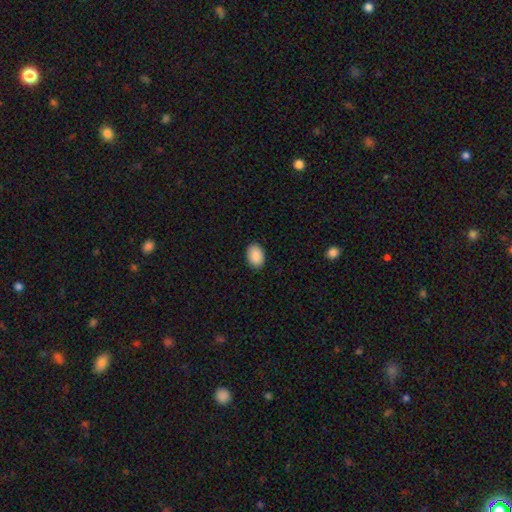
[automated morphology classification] type=smooth (91%); roundness=in between (86%); merging=none (90%).